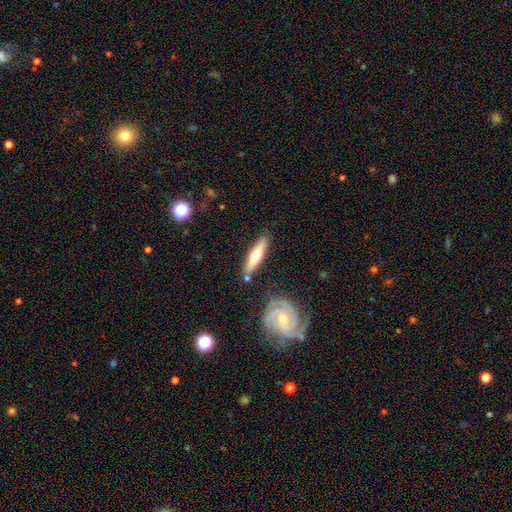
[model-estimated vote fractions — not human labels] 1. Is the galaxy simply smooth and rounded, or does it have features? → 50% featured or disk, 45% smooth, 5% star or artifact.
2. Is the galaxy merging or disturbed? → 81% none, 12% minor disturbance, 5% merger, 2% major disturbance.